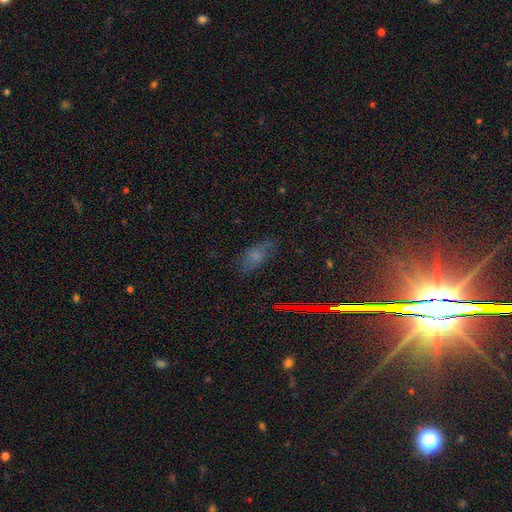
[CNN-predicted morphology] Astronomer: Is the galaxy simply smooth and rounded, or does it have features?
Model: smooth — 56%.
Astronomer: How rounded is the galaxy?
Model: in between — 83%.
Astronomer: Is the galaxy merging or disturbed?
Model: none — 65%.